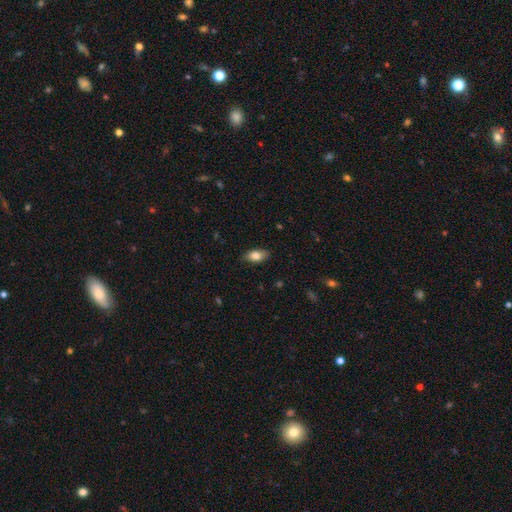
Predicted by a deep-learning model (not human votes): Morphology: type=smooth (80%); roundness=in between (88%); merging=none (86%).